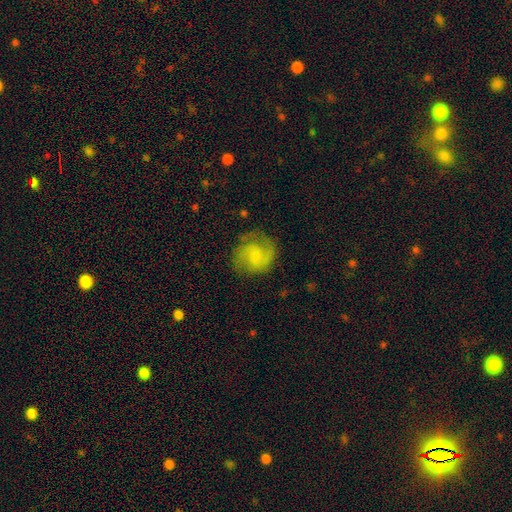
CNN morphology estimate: Smooth or featured? Predicted: featured or disk (p=0.61). Edge-on disk? Predicted: no (p=0.98). Bar? Predicted: no (p=0.60). Spiral arms? Predicted: yes (p=0.92). Spiral winding? Predicted: medium (p=0.48). Spiral arm count? Predicted: 2 (p=0.71). Bulge size? Predicted: small (p=0.46). Merging? Predicted: none (p=0.73).